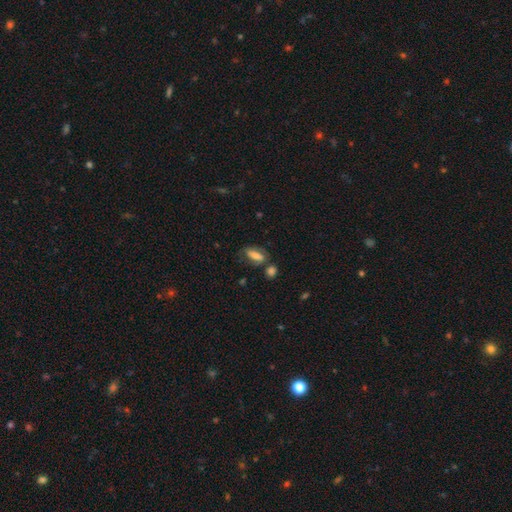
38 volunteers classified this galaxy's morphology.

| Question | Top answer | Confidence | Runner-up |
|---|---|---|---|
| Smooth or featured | smooth | 68% | featured or disk (29%) |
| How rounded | in between | 73% | cigar-shaped (23%) |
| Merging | none | 57% | minor disturbance (19%) |